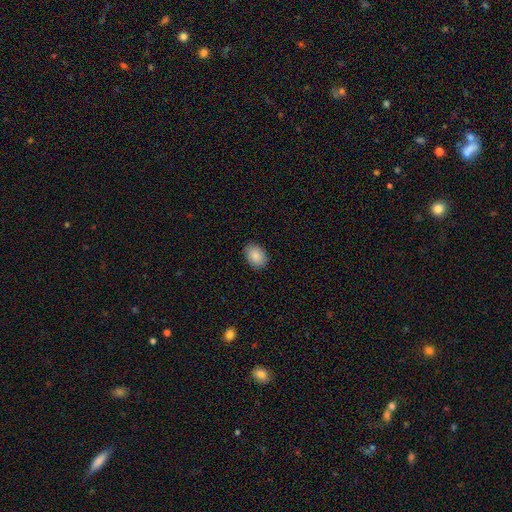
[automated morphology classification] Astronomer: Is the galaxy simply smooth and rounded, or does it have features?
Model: smooth — 87%.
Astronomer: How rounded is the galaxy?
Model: in between — 74%.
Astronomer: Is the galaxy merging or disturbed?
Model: none — 87%.